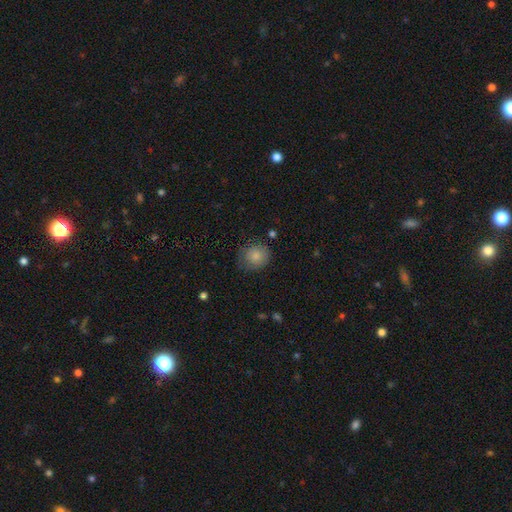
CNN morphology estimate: Smooth or featured: smooth — 82% (featured or disk — 9%)
How rounded: round — 79% (in between — 20%)
Merging: none — 69% (minor disturbance — 23%)